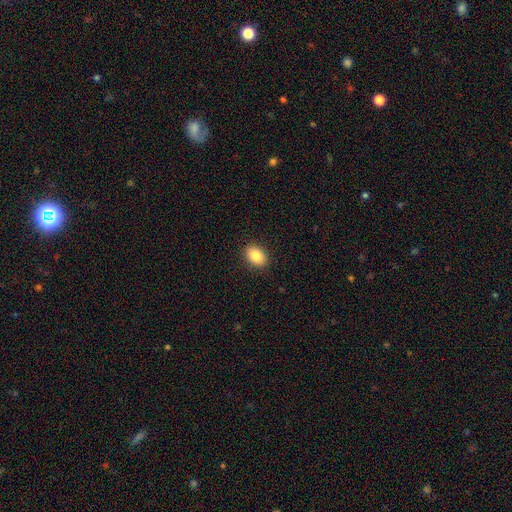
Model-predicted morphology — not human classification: smooth 86%, star or artifact 8%, featured or disk 6%. Down the decision tree: how rounded — in between (80%); merging — none (90%).